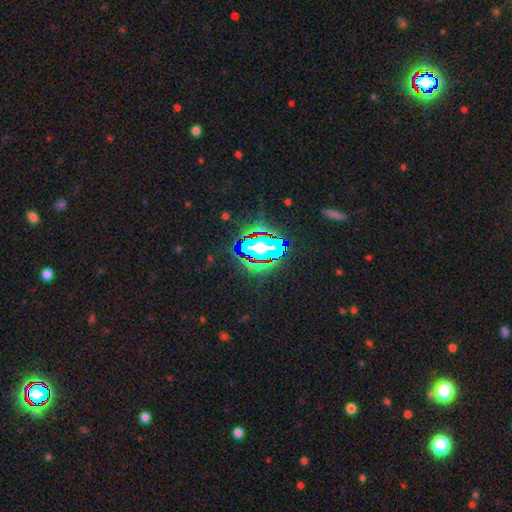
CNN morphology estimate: Smooth or featured?
  - star or artifact: 81% *
  - smooth: 11%
  - featured or disk: 8%